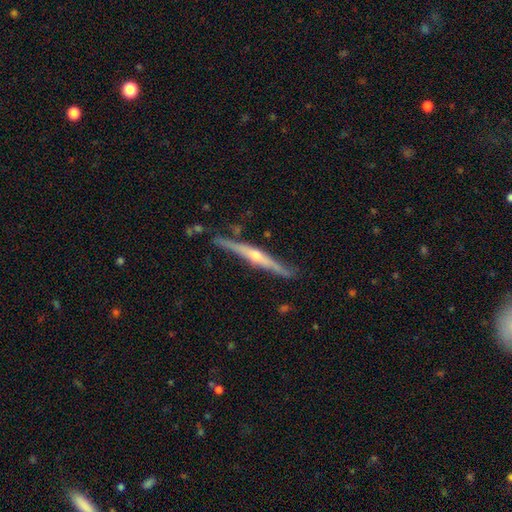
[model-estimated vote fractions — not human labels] This is clearly a featured or disk galaxy (81%). It is clearly viewed edge-on (97%). Edge-on bulge: clearly rounded (87%). Merging: clearly none (81%).